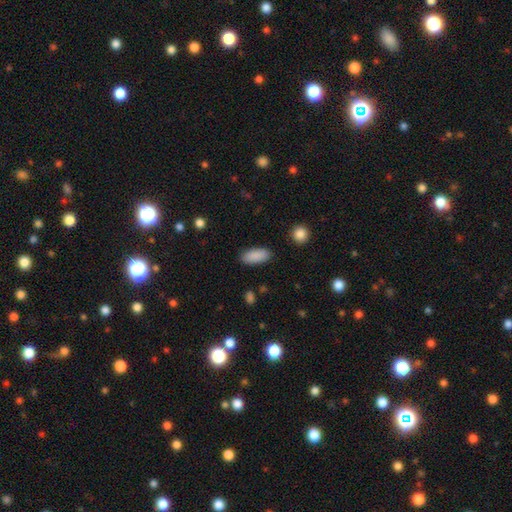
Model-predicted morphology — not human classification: The model was most divided on "merging": none: 88%, minor disturbance: 9%, major disturbance: 2%, merger: 1%. More confident: smooth or featured — smooth (89%); how rounded — in between (89%).